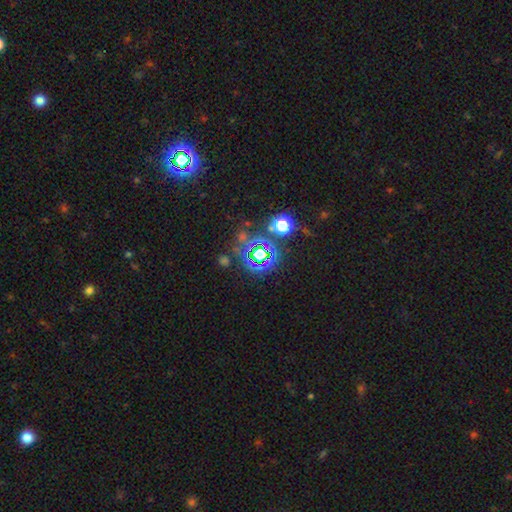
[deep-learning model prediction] Smooth or featured: star or artifact — 74% (smooth — 16%)